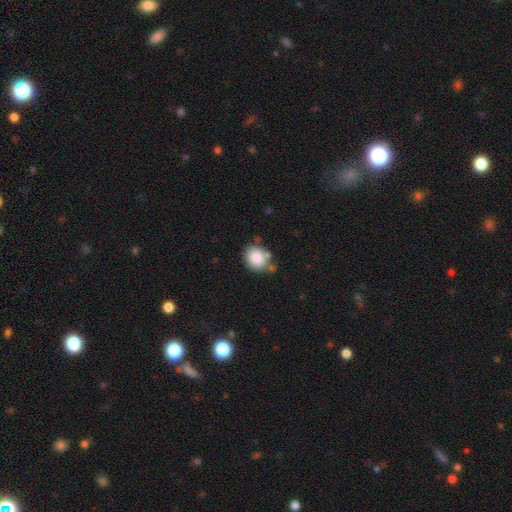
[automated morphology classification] smooth 85%, star or artifact 9%, featured or disk 6%. Down the decision tree: how rounded — round (67%); merging — none (65%).